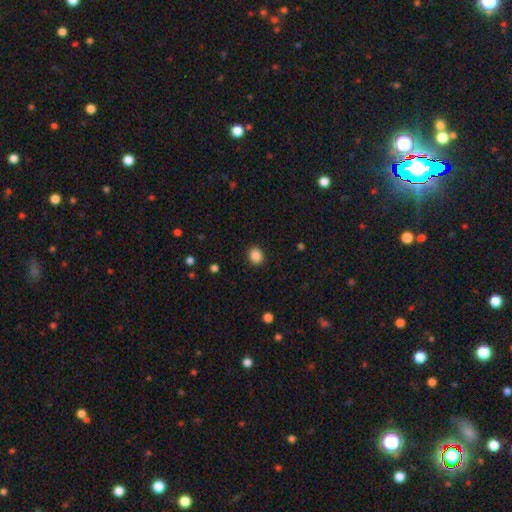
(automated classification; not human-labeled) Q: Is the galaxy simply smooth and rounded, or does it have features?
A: smooth — 87%.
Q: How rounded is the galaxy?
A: round — 73%.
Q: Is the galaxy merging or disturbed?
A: none — 90%.